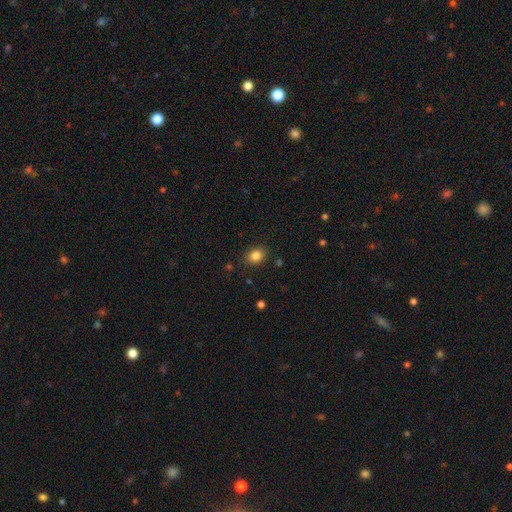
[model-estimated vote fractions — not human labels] Smooth or featured: smooth — 84% (star or artifact — 11%)
How rounded: in between — 52% (round — 47%)
Merging: none — 86% (minor disturbance — 10%)